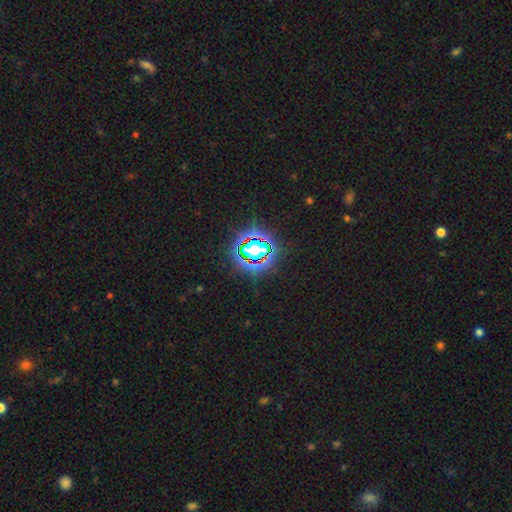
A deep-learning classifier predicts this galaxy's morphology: smooth-or-featured: star or artifact: 79% | smooth: 13% | featured or disk: 8%